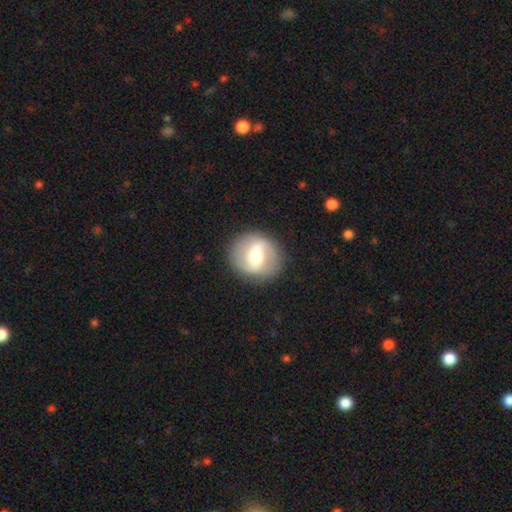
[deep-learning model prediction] smooth-or-featured: featured or disk: 62% | smooth: 32% | star or artifact: 7%
  disk-edge-on: no: 95% | yes: 5%
    bar: weak: 42% | strong: 39% | no: 18%
    has-spiral-arms: yes: 68% | no: 32%
    bulge-size: moderate: 66% | small: 18% | large: 14% | dominant: 2% | none: 1%
  merging: none: 86% | minor disturbance: 9% | major disturbance: 4% | merger: 1%